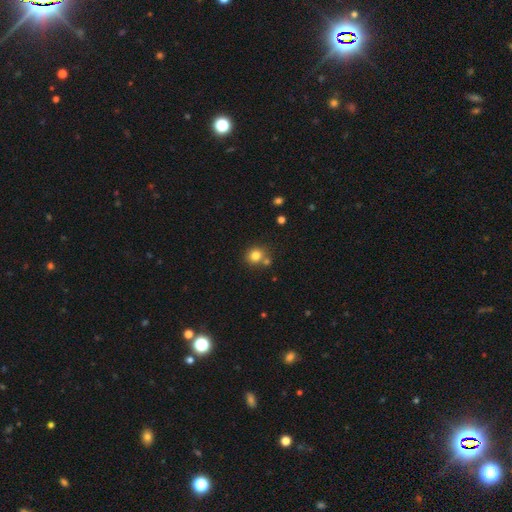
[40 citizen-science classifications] Smooth or featured? 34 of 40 (85%) said smooth. How rounded? 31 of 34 (91%) said round. Merging? 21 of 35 (60%) said none.